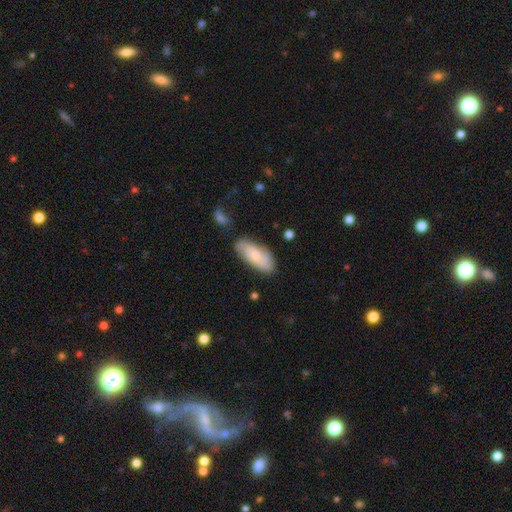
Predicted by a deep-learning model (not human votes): smooth_or_featured: smooth (p=0.55) [alt: featured or disk p=0.39]
how_rounded: in between (p=0.84) [alt: cigar-shaped p=0.14]
merging: none (p=0.74) [alt: minor disturbance p=0.19]